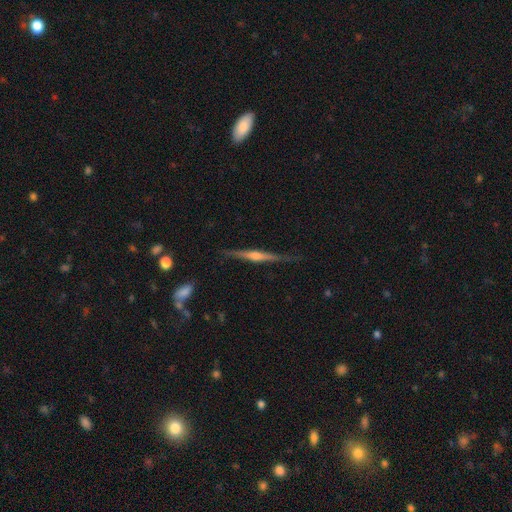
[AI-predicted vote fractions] Smooth or featured?
  - featured or disk: 76% *
  - smooth: 18%
  - star or artifact: 6%
Edge-on disk?
  - yes: 98% *
  - no: 2%
Edge-on bulge?
  - rounded: 86% *
  - none: 8%
  - boxy: 6%
Merging?
  - none: 82% *
  - minor disturbance: 14%
  - major disturbance: 3%
  - merger: 2%